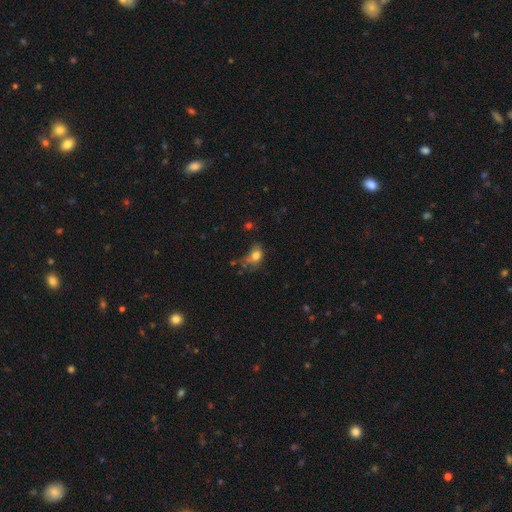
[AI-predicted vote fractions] Smooth or featured? Predicted: smooth (p=0.74). How rounded? Predicted: in between (p=0.67). Merging? Predicted: none (p=0.36).